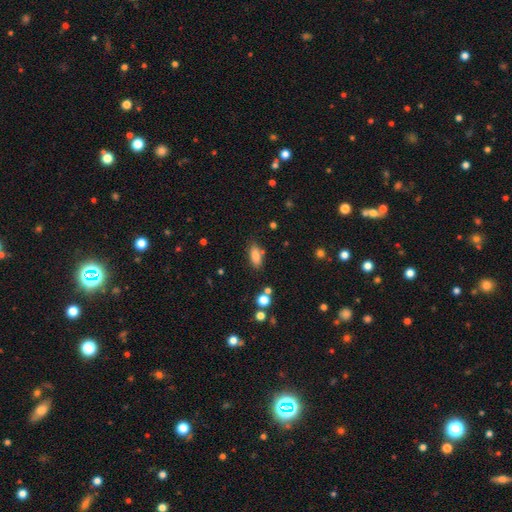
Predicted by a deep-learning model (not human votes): A smooth galaxy with no disk features (83%) that is in between round and cigar-shaped (79%). Merging: none (77%).